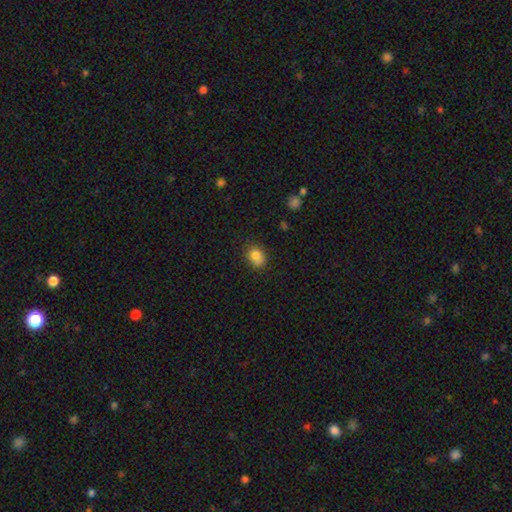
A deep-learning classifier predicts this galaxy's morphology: This is clearly a smooth galaxy (81%). How rounded: possibly round (50%). Merging: likely none (68%).